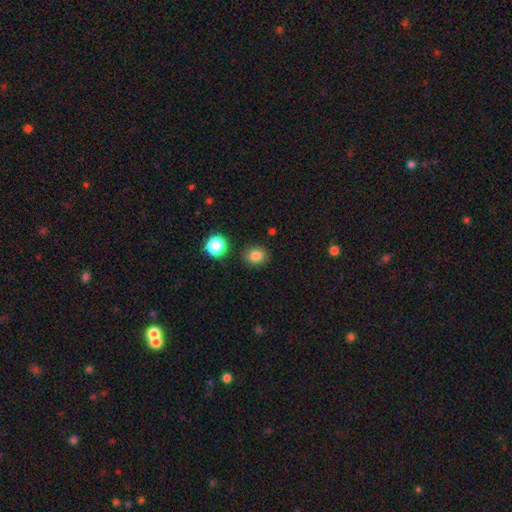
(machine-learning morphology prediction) Smooth or featured? Predicted: smooth (p=0.83). How rounded? Predicted: round (p=0.68). Merging? Predicted: none (p=0.86).